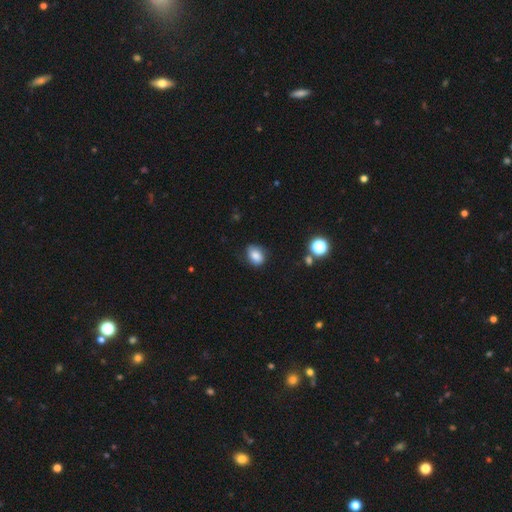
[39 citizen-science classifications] Smooth or featured? smooth (77%)
How rounded? in between (67%)
Merging? none (60%)